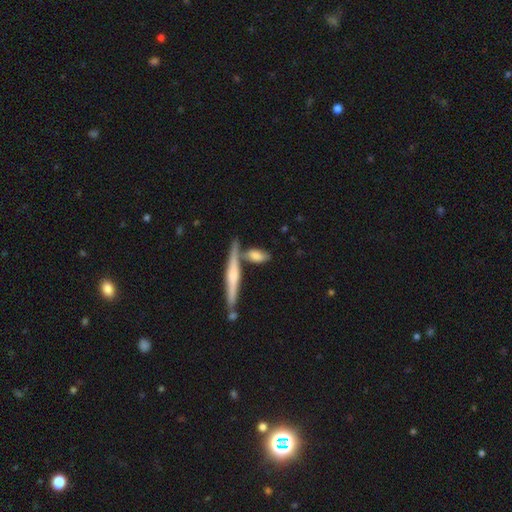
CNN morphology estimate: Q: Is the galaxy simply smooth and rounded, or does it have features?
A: smooth — 66%.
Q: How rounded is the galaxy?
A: in between — 59%.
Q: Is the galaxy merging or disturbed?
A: none — 56%.